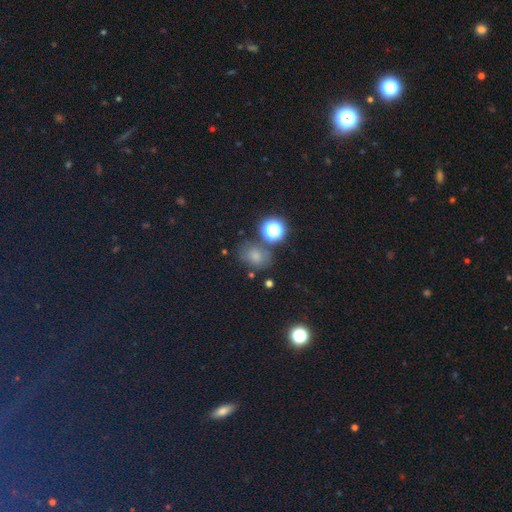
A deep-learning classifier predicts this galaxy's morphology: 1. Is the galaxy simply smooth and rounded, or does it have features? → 69% smooth, 22% star or artifact, 10% featured or disk.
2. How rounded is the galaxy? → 57% in between, 42% round, 1% cigar-shaped.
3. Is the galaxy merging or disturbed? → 66% none, 18% minor disturbance, 9% merger, 7% major disturbance.